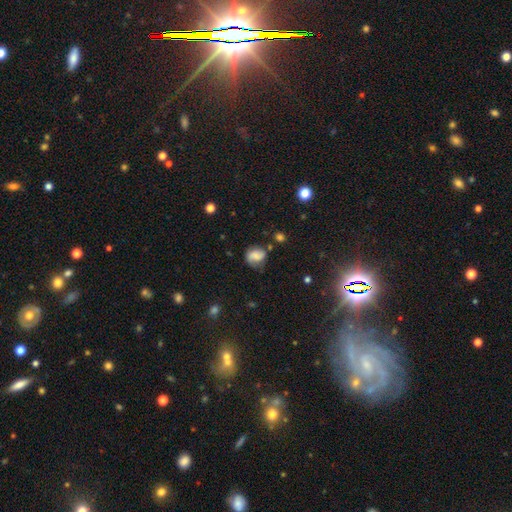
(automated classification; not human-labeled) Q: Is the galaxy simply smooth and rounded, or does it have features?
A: smooth — 61%.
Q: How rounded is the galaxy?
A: round — 55%.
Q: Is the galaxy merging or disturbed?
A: none — 53%.